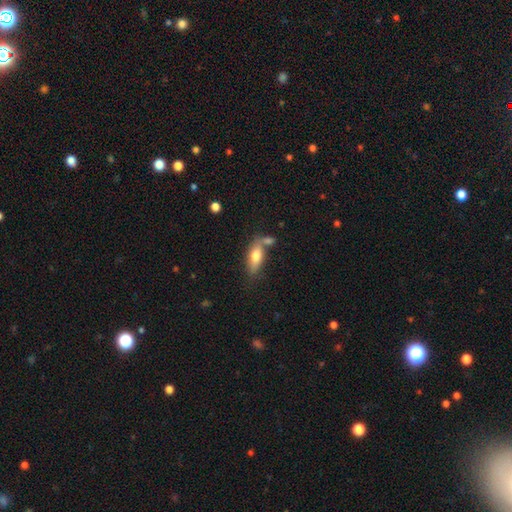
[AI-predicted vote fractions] Smooth or featured? Predicted: smooth (p=0.72). How rounded? Predicted: in between (p=0.76). Merging? Predicted: none (p=0.48).